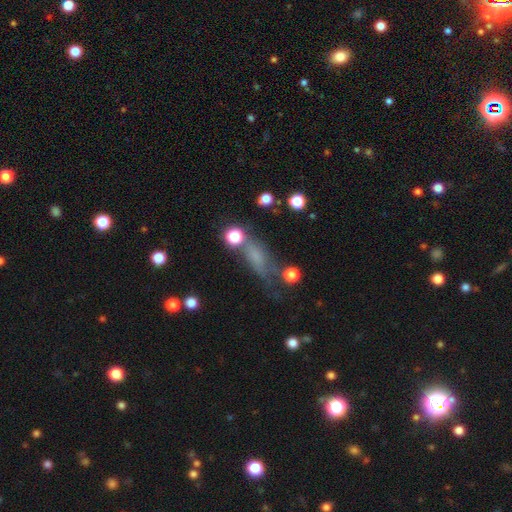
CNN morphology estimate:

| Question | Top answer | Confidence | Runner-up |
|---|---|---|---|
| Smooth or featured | smooth | 53% | featured or disk (25%) |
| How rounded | in between | 55% | cigar-shaped (31%) |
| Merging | none | 45% | minor disturbance (24%) |